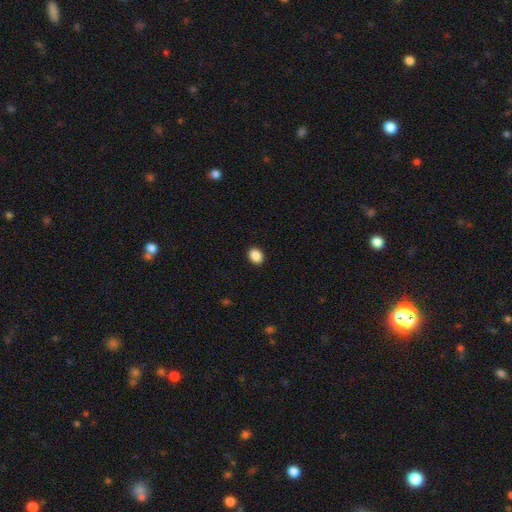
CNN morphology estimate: Smooth or featured?
  - smooth: 89% *
  - star or artifact: 8%
  - featured or disk: 3%
How rounded?
  - round: 51% *
  - in between: 49%
  - cigar-shaped: 1%
Merging?
  - none: 92% *
  - minor disturbance: 6%
  - major disturbance: 2%
  - merger: 1%